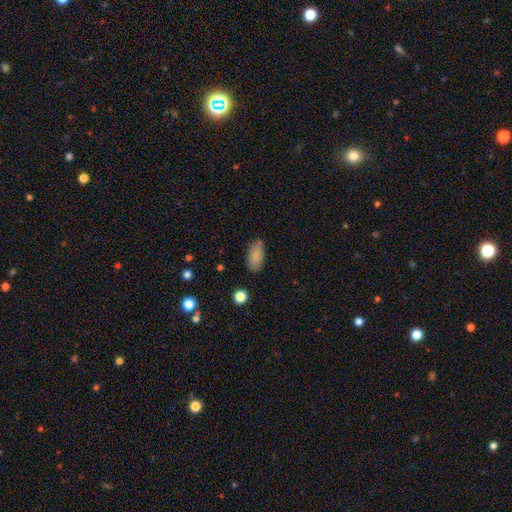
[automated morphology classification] Smooth or featured?
  - smooth: 86% *
  - star or artifact: 8%
  - featured or disk: 6%
How rounded?
  - in between: 92% *
  - cigar-shaped: 6%
  - round: 3%
Merging?
  - none: 82% *
  - minor disturbance: 13%
  - major disturbance: 3%
  - merger: 2%